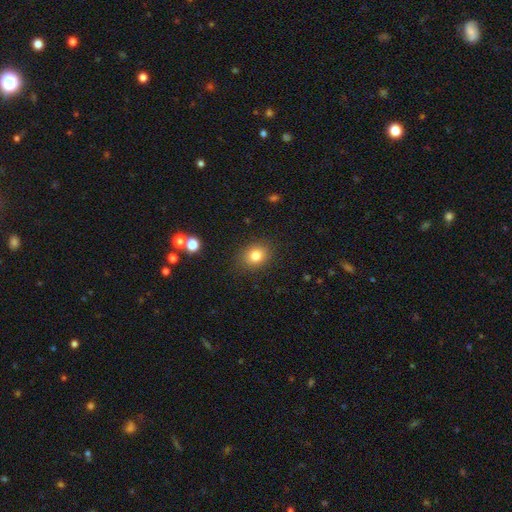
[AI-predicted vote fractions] smooth-or-featured: smooth: 82% | star or artifact: 11% | featured or disk: 8%
  how-rounded: round: 54% | in between: 45% | cigar-shaped: 1%
  merging: none: 87% | minor disturbance: 9% | major disturbance: 3% | merger: 1%